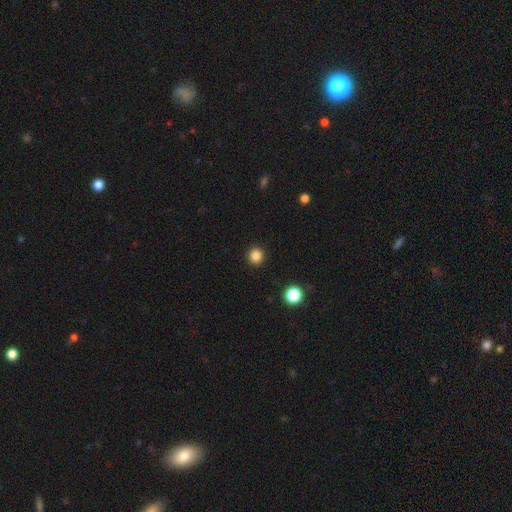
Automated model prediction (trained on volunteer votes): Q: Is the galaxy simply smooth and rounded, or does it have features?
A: smooth — 85%.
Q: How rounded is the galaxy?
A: round — 92%.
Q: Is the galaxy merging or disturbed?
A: none — 93%.